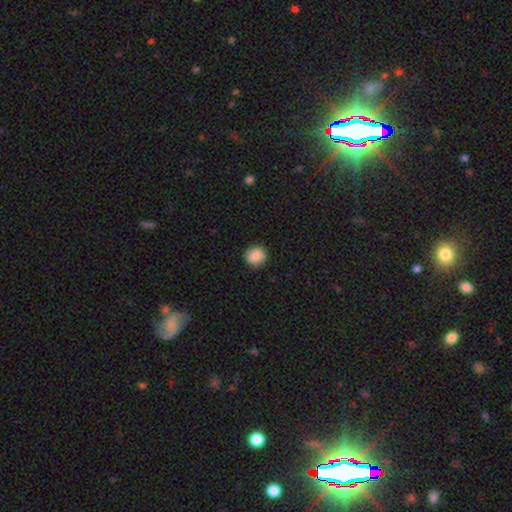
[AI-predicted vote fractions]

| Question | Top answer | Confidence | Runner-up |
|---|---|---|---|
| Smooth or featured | smooth | 66% | featured or disk (24%) |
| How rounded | round | 88% | in between (11%) |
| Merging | none | 86% | minor disturbance (10%) |